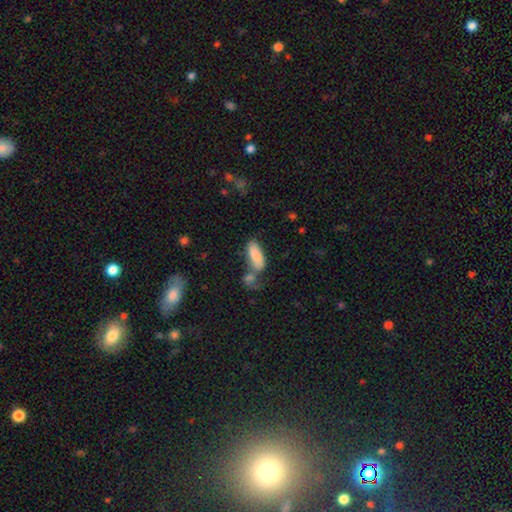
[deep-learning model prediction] smooth-or-featured: smooth: 82% | featured or disk: 11% | star or artifact: 7%
  how-rounded: in between: 81% | cigar-shaped: 17% | round: 2%
  merging: none: 40% | merger: 33% | minor disturbance: 17% | major disturbance: 9%